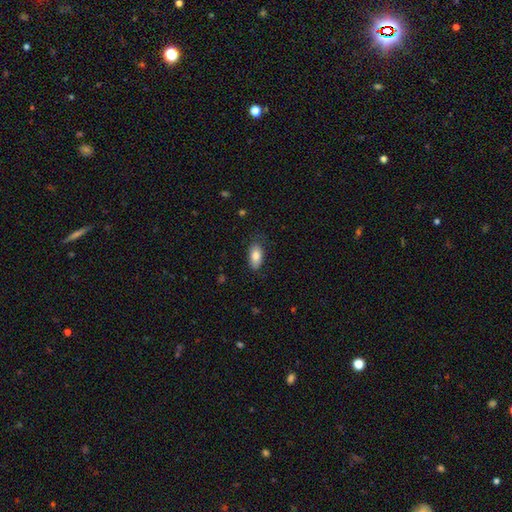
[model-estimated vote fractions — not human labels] Smooth or featured: smooth — 82% (featured or disk — 11%)
How rounded: in between — 91% (cigar-shaped — 5%)
Merging: none — 76% (minor disturbance — 19%)